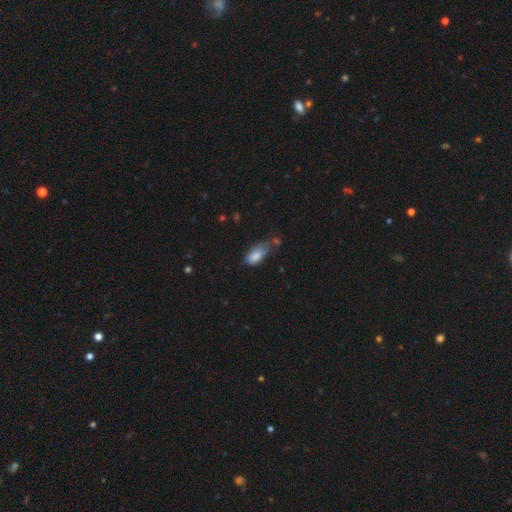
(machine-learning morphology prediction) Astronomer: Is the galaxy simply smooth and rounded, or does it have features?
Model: smooth — 82%.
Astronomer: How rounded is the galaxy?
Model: in between — 90%.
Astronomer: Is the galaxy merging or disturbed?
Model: minor disturbance — 37% (runner-up: none, 35%).